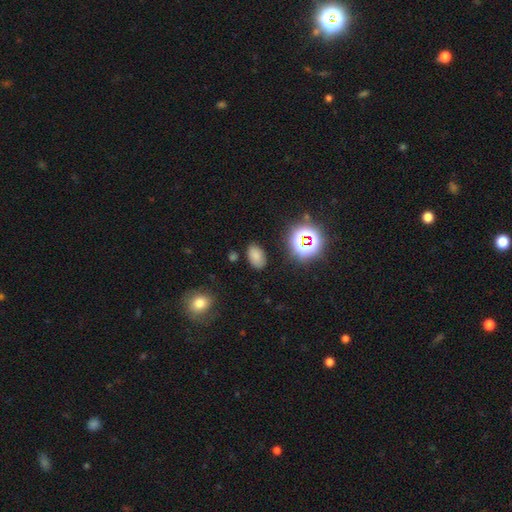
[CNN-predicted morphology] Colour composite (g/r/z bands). It shows a smooth galaxy with no disk features (73%) that is in between round and cigar-shaped (89%). Merging: none (82%).